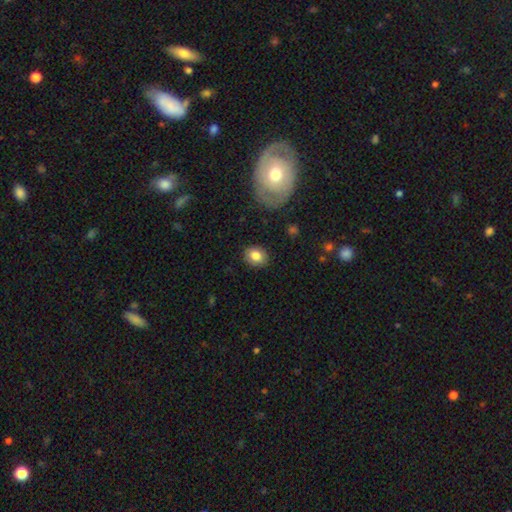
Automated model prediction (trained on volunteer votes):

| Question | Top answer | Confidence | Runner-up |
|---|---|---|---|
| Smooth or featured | smooth | 84% | star or artifact (8%) |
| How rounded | round | 50% | in between (49%) |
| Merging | none | 87% | minor disturbance (9%) |